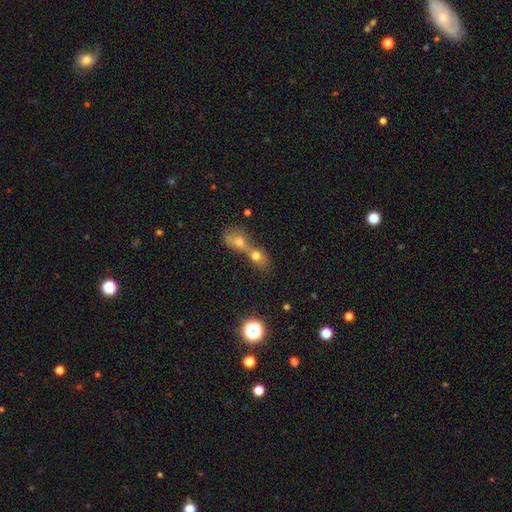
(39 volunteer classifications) Smooth or featured?
  - smooth: 77% *
  - featured or disk: 15%
  - star or artifact: 8%
How rounded?
  - in between: 60% *
  - round: 37%
  - cigar-shaped: 3%
Merging?
  - merger: 69% *
  - none: 25%
  - minor disturbance: 6%
  - major disturbance: 0%